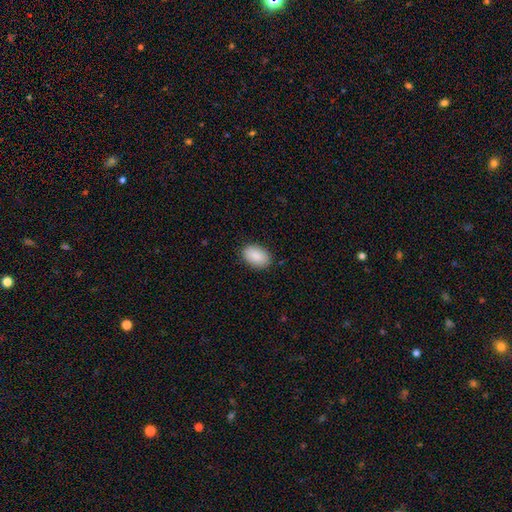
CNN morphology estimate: smooth-or-featured: smooth: 88% | star or artifact: 6% | featured or disk: 5%
  how-rounded: in between: 90% | round: 9% | cigar-shaped: 1%
  merging: none: 87% | minor disturbance: 10% | major disturbance: 2% | merger: 1%